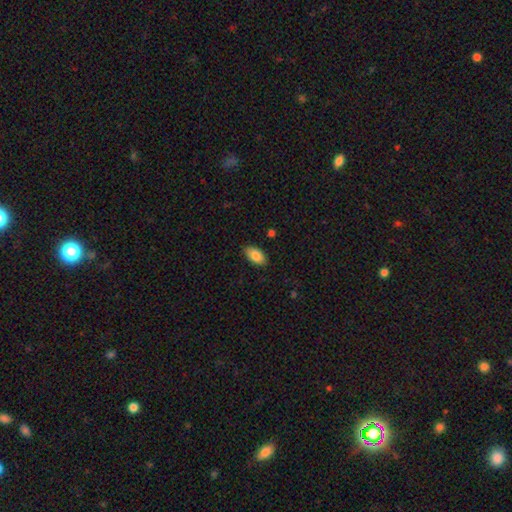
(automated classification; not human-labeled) This appears to be a smooth galaxy with no disk features (85%) that is in between round and cigar-shaped (94%). Merging: none (87%).